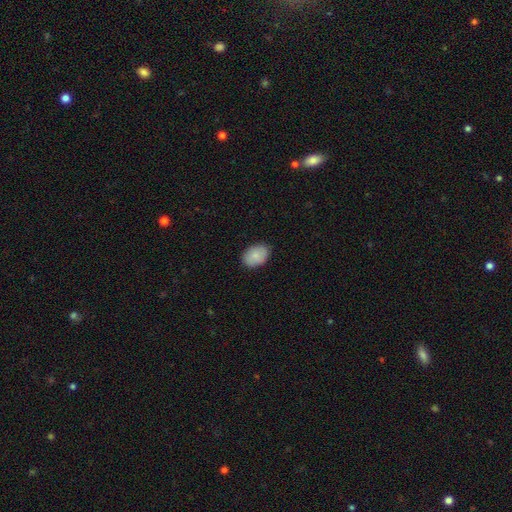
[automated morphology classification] Smooth or featured?
  - smooth: 86% *
  - featured or disk: 8%
  - star or artifact: 7%
How rounded?
  - in between: 79% *
  - round: 20%
  - cigar-shaped: 1%
Merging?
  - none: 85% *
  - minor disturbance: 12%
  - major disturbance: 2%
  - merger: 1%